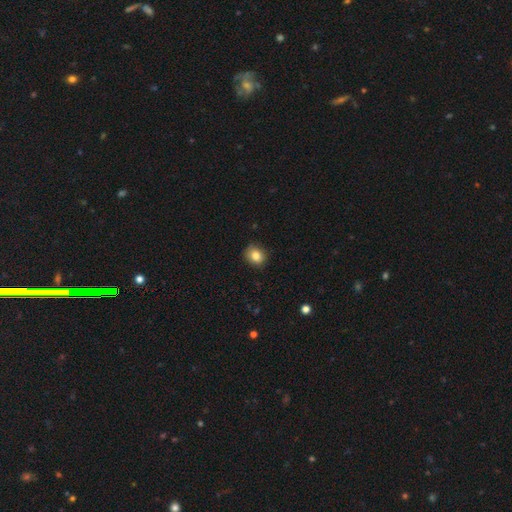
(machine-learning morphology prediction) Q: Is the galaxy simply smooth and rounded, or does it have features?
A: smooth — 83%.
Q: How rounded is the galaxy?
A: round — 71%.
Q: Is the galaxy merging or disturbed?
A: none — 84%.